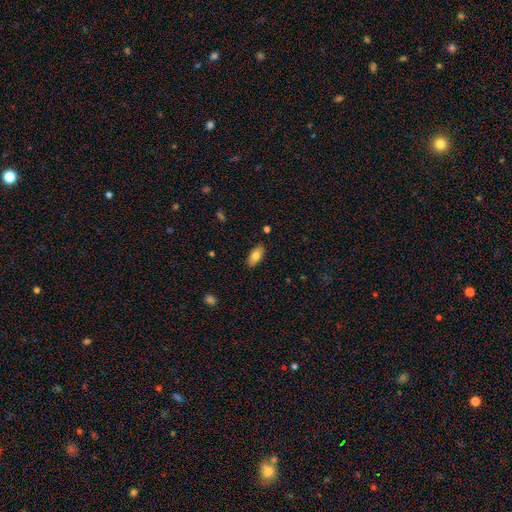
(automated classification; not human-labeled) Morphology: type=smooth (79%); roundness=in between (90%); merging=none (86%).